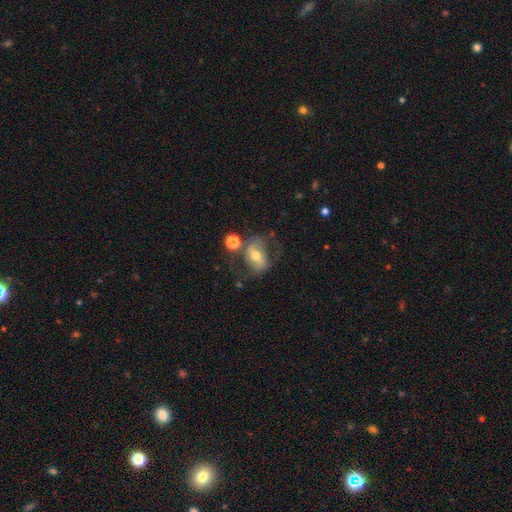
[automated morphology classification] Overall: featured or disk (59%; smooth 32%). Edge-on disk: no (94%). Bar: strong (41%; weak 33%). Spiral arms: yes (63%; no 37%). Bulge size: moderate (67%). Merging: none (51%; minor disturbance 19%).